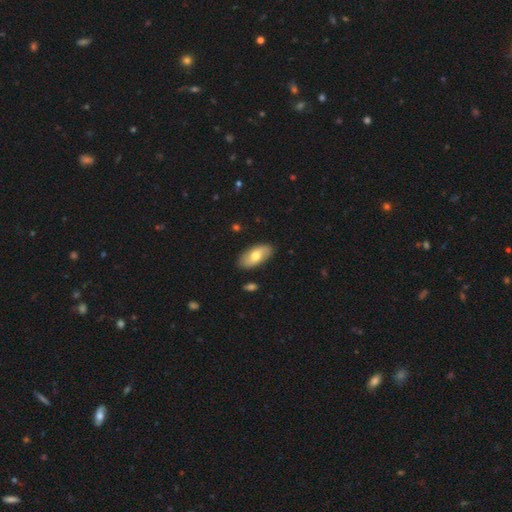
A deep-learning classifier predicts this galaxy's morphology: smooth-or-featured: smooth: 66% | featured or disk: 29% | star or artifact: 5%
  how-rounded: in between: 91% | cigar-shaped: 6% | round: 3%
  merging: none: 87% | minor disturbance: 10% | major disturbance: 2% | merger: 2%